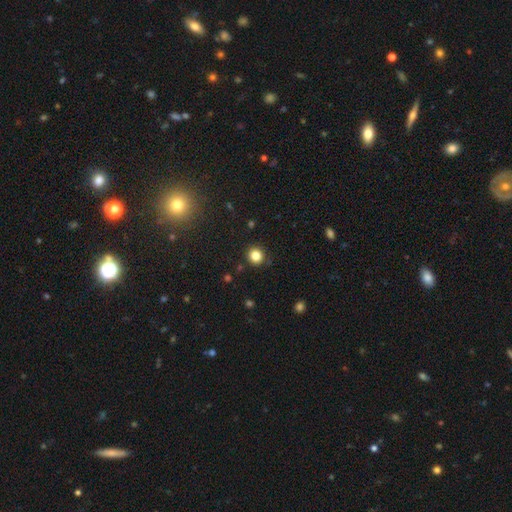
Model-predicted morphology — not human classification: The model was most divided on "smooth or featured": smooth: 83%, star or artifact: 12%, featured or disk: 5%. More confident: how rounded — round (91%); merging — none (90%).